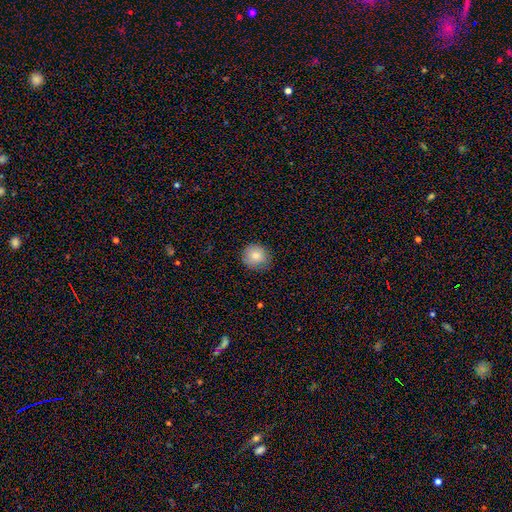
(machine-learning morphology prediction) Overall: smooth (82%). How rounded: round (85%). Merging: none (80%).